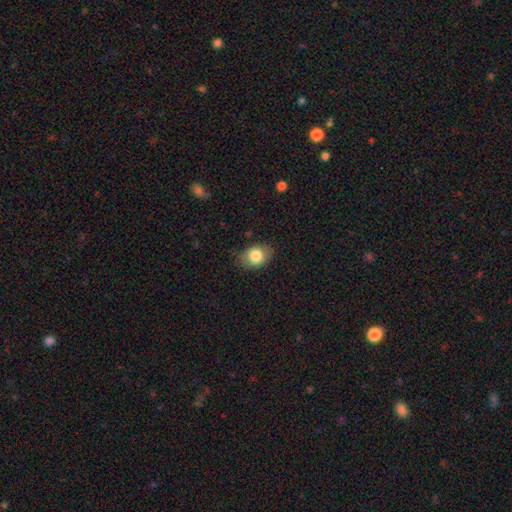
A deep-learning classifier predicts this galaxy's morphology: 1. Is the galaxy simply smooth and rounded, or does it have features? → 80% smooth, 11% featured or disk, 9% star or artifact.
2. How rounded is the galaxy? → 68% in between, 31% round, 1% cigar-shaped.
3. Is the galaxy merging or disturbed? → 78% none, 17% minor disturbance, 4% major disturbance, 1% merger.